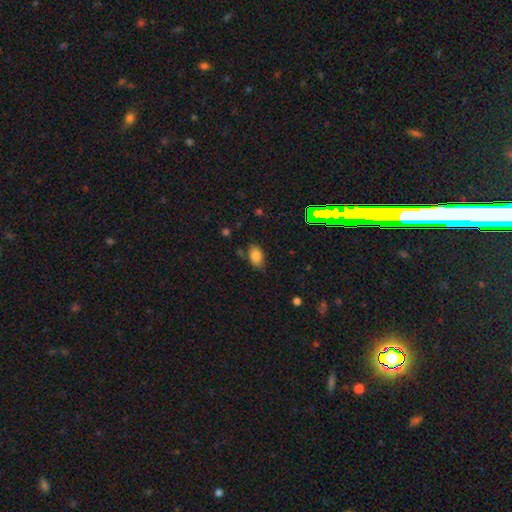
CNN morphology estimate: Smooth or featured?
  - smooth: 81% *
  - star or artifact: 11%
  - featured or disk: 7%
How rounded?
  - in between: 88% *
  - round: 10%
  - cigar-shaped: 2%
Merging?
  - none: 76% *
  - minor disturbance: 17%
  - major disturbance: 4%
  - merger: 3%